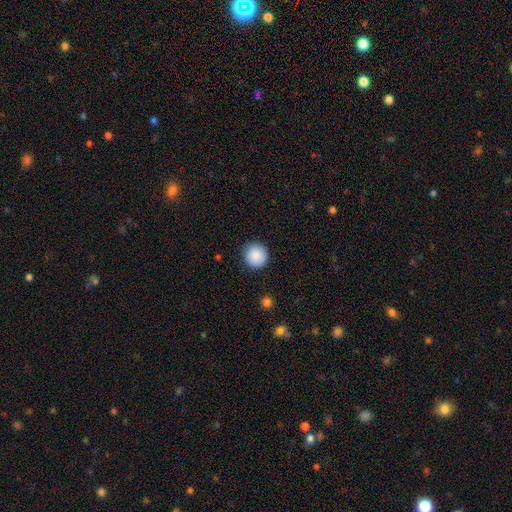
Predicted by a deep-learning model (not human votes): This appears to be a smooth galaxy with no disk features (89%) that is round (95%). Merging: none (91%).